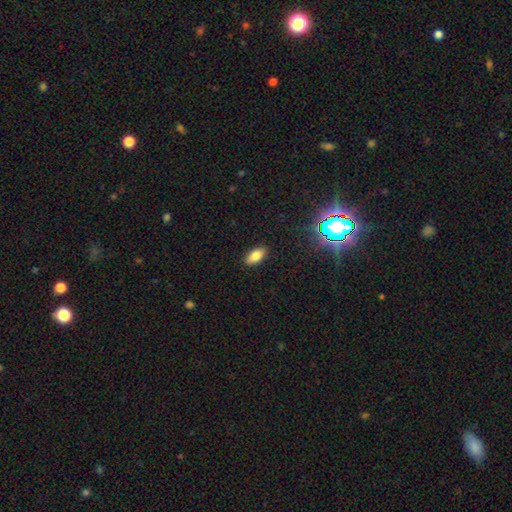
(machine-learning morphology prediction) smooth_or_featured: smooth (p=0.79) [alt: star or artifact p=0.11]
how_rounded: in between (p=0.88) [alt: cigar-shaped p=0.09]
merging: none (p=0.89) [alt: minor disturbance p=0.08]